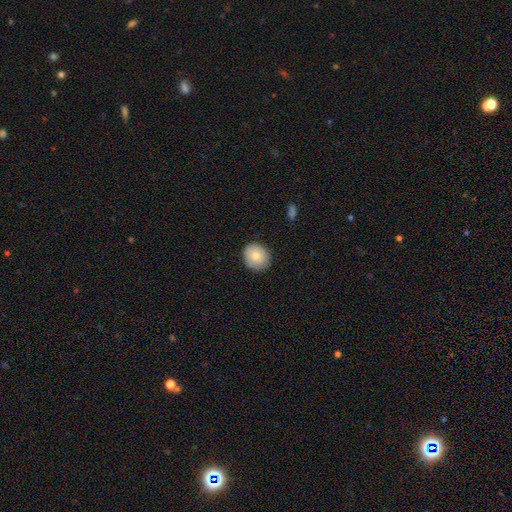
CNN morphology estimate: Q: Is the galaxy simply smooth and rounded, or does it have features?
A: smooth — 77%.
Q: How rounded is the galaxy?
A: round — 76%.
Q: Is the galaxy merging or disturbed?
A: none — 84%.